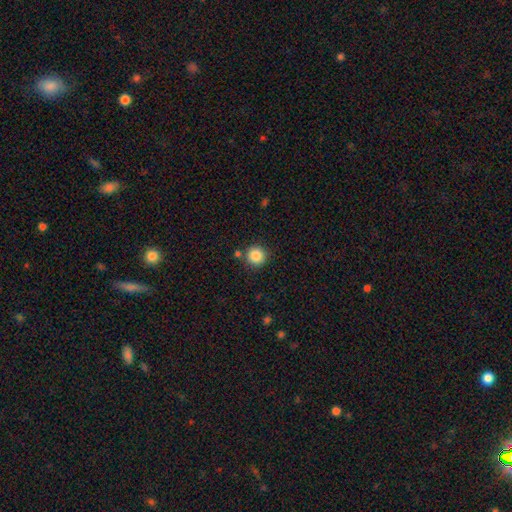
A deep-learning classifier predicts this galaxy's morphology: Q: Smooth or featured?
A: smooth (86%); runner-up: star or artifact (10%)
Q: How rounded?
A: round (95%); runner-up: in between (4%)
Q: Merging?
A: none (84%); runner-up: minor disturbance (8%)